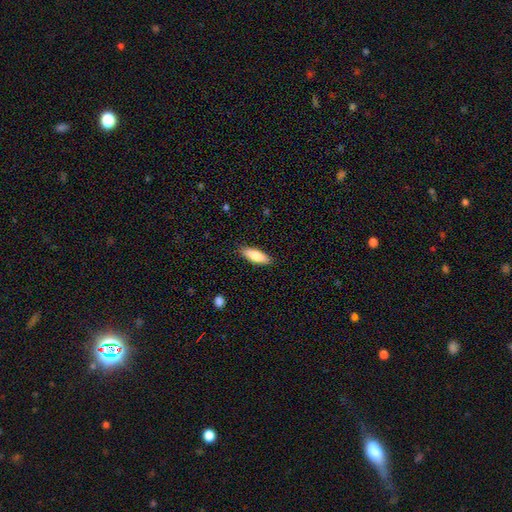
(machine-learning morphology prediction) Smooth or featured: smooth — 82% (featured or disk — 13%)
How rounded: in between — 64% (cigar-shaped — 35%)
Merging: none — 88% (minor disturbance — 9%)